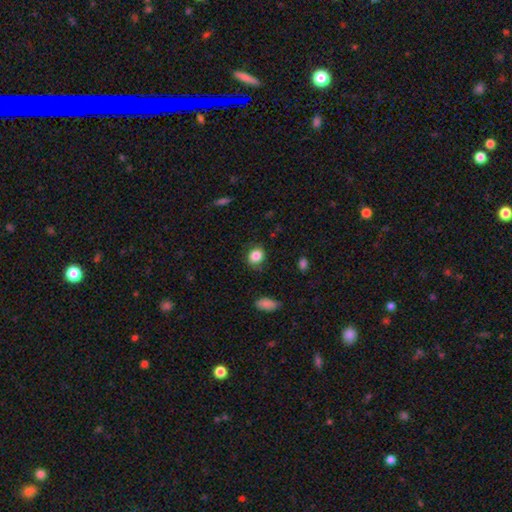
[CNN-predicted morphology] Smooth or featured?
  - smooth: 85% *
  - star or artifact: 9%
  - featured or disk: 7%
How rounded?
  - round: 62% *
  - in between: 36%
  - cigar-shaped: 1%
Merging?
  - none: 77% *
  - minor disturbance: 18%
  - major disturbance: 4%
  - merger: 2%